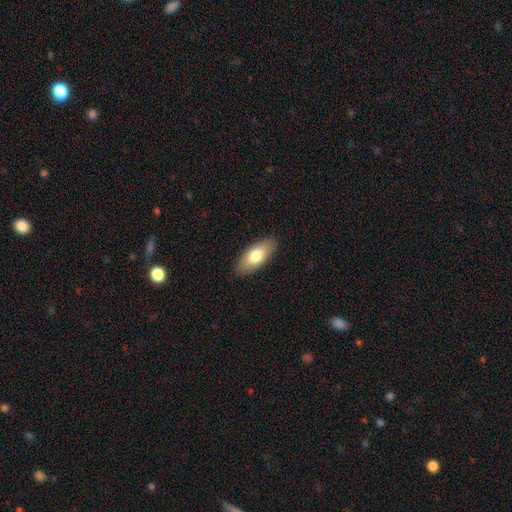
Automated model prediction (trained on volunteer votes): Morphology: type=smooth (76%); roundness=in between (86%); merging=none (89%).